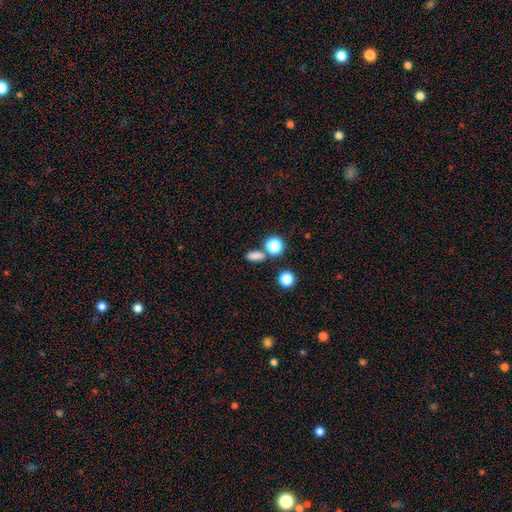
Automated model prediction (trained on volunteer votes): A smooth galaxy with no disk features (77%) that is in between round and cigar-shaped (68%). Merging: none (74%).